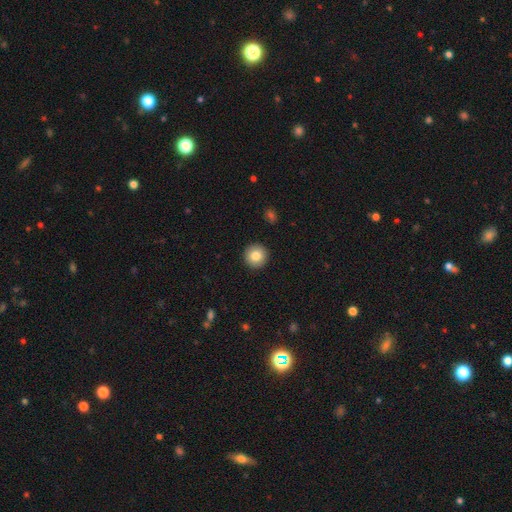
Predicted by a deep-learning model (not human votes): Smooth or featured?
  - smooth: 83% *
  - star or artifact: 8%
  - featured or disk: 8%
How rounded?
  - round: 96% *
  - in between: 3%
  - cigar-shaped: 1%
Merging?
  - none: 93% *
  - minor disturbance: 4%
  - major disturbance: 1%
  - merger: 1%